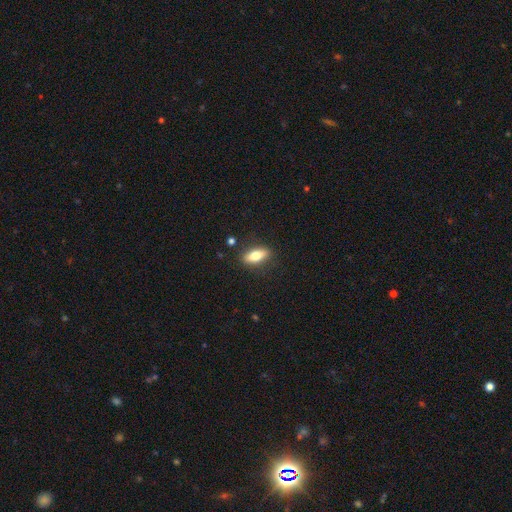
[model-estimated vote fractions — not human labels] This is likely a smooth galaxy (70%). How rounded: likely in between (72%). Merging: clearly none (85%).